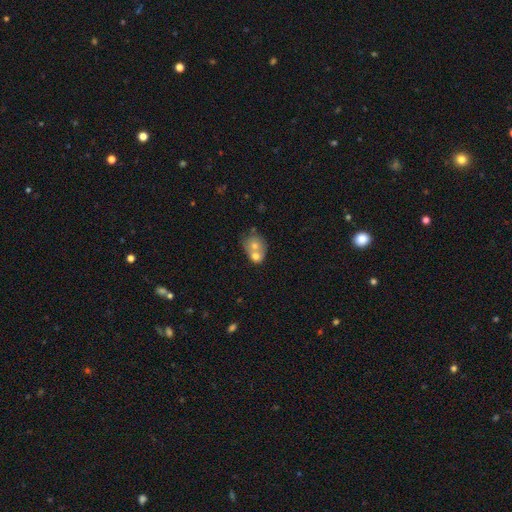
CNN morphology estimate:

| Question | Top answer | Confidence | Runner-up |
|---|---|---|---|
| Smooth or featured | smooth | 63% | featured or disk (28%) |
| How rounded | round | 56% | in between (43%) |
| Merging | merger | 69% | none (20%) |